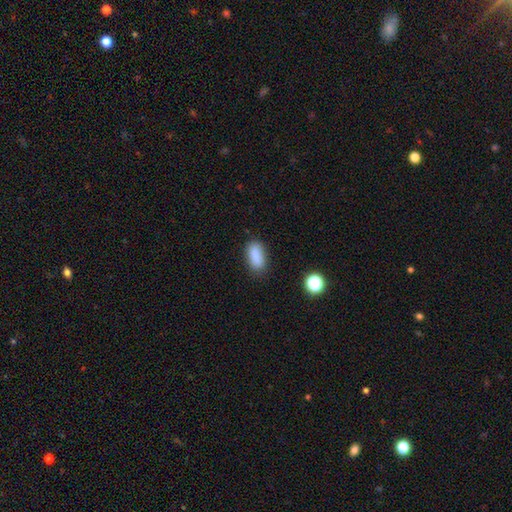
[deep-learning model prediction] Smooth or featured? smooth (87%)
How rounded? in between (86%)
Merging? none (81%)